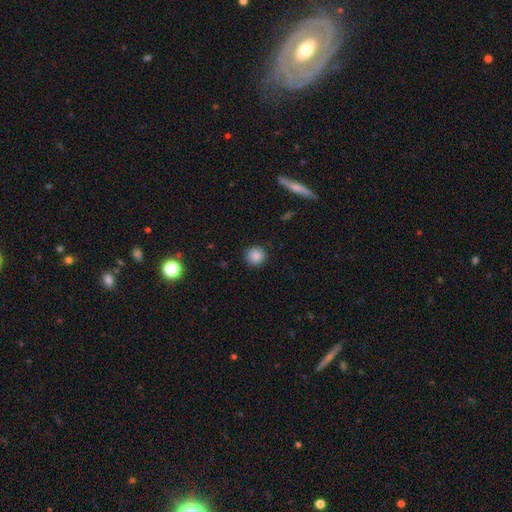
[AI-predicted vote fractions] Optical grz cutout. It shows a smooth galaxy with no disk features (87%) that is round (91%). Merging: none (88%).